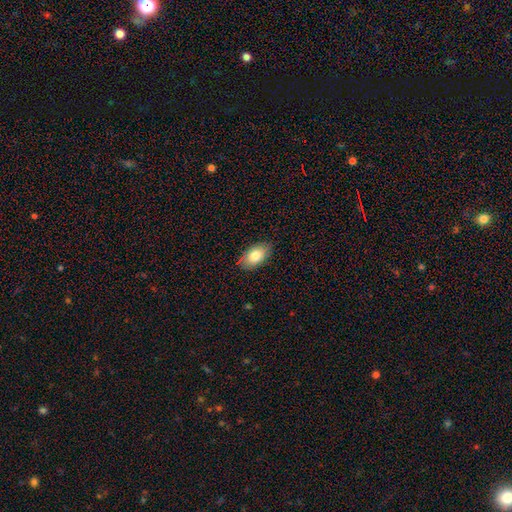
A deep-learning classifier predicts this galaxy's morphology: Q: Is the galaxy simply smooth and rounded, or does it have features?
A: smooth — 79%.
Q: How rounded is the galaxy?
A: in between — 92%.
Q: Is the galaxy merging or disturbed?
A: none — 84%.